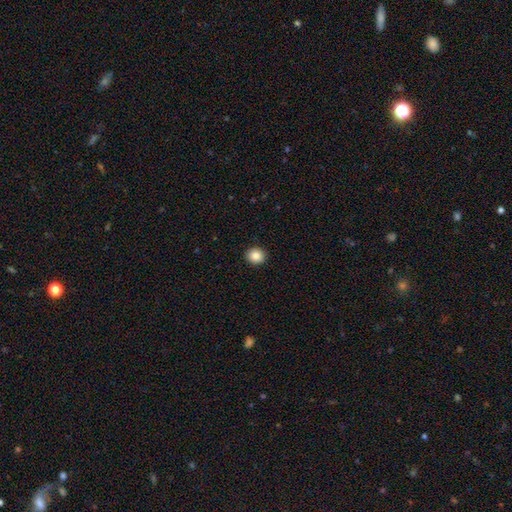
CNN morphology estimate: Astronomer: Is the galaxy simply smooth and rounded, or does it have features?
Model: smooth — 85%.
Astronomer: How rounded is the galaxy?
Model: round — 83%.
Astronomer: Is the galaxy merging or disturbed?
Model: none — 93%.